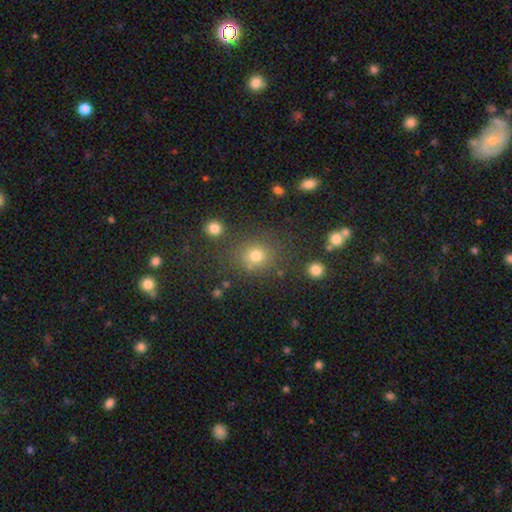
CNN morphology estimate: The model was most divided on "smooth or featured": smooth: 74%, star or artifact: 18%, featured or disk: 7%. More confident: how rounded — round (83%); merging — none (77%).